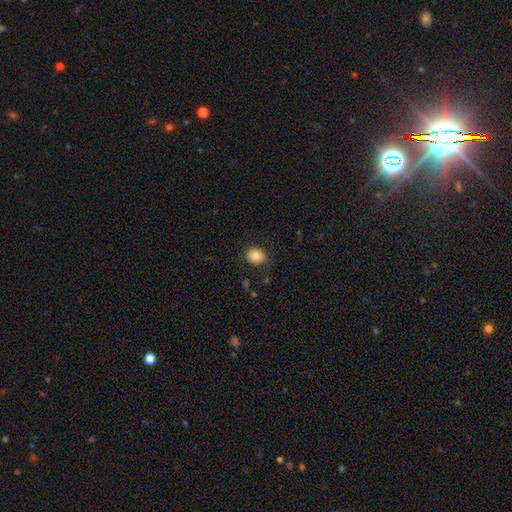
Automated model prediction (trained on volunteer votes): Smooth or featured? Predicted: smooth (p=0.85). How rounded? Predicted: round (p=0.57). Merging? Predicted: none (p=0.87).